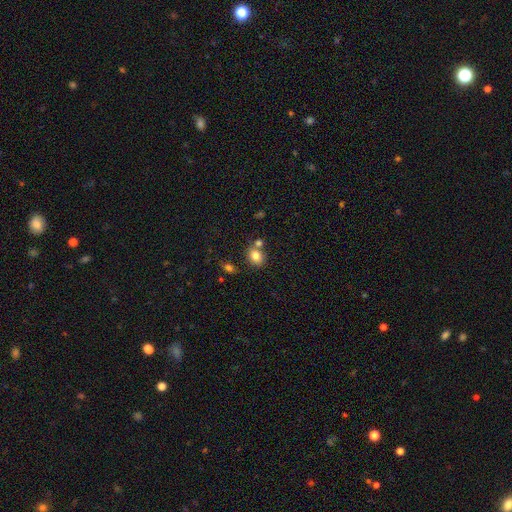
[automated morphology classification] A smooth galaxy with no disk features (80%) that is round (66%).

Vote fractions:
- Smooth or featured? smooth: 80% / star or artifact: 11% / featured or disk: 9%
- How rounded? round: 66% / in between: 33% / cigar-shaped: 1%
- Merging? none: 63% / merger: 23% / minor disturbance: 11% / major disturbance: 3%